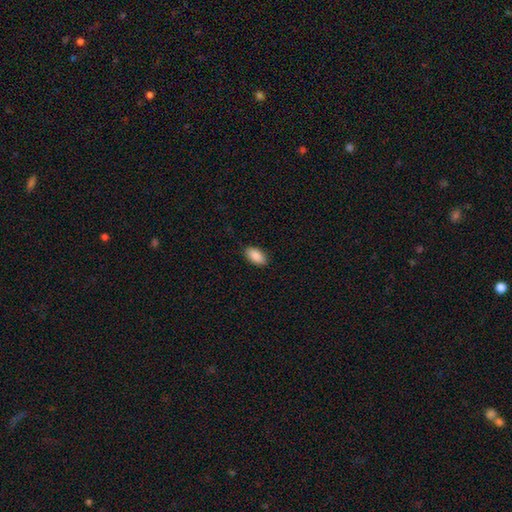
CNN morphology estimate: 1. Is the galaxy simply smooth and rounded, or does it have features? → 90% smooth, 6% star or artifact, 3% featured or disk.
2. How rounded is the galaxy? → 94% in between, 3% round, 3% cigar-shaped.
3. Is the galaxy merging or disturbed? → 87% none, 10% minor disturbance, 2% major disturbance, 1% merger.